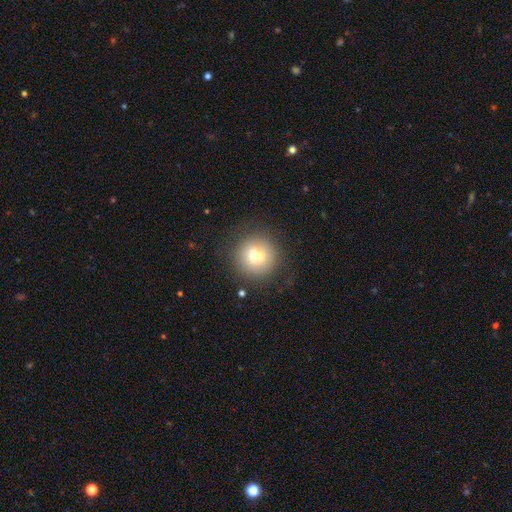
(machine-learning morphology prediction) smooth 74%, featured or disk 14%, star or artifact 12%. Down the decision tree: how rounded — round (93%); merging — none (82%).